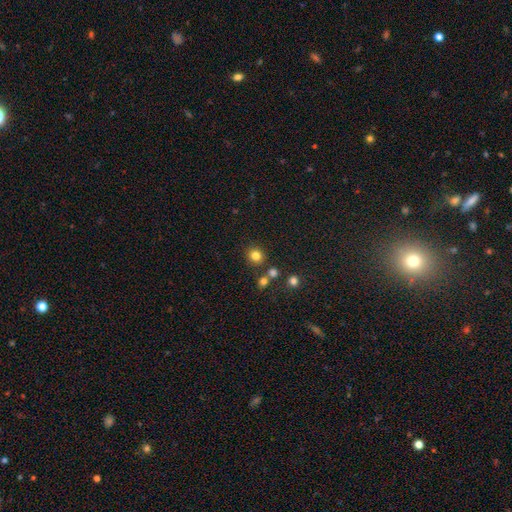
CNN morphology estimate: smooth 80%, star or artifact 15%, featured or disk 6%. Down the decision tree: how rounded — round (87%); merging — none (81%).